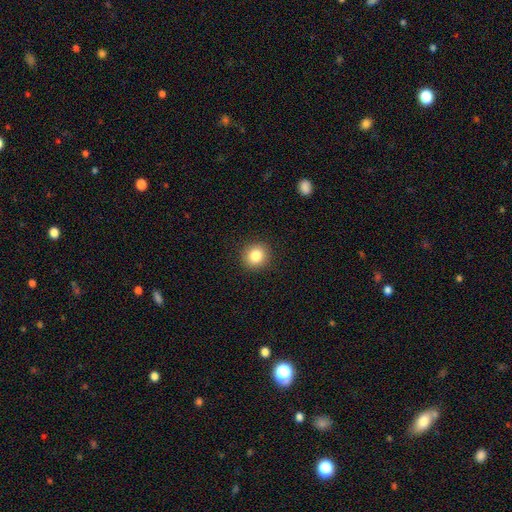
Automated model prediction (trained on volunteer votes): Smooth or featured: smooth — 83% (star or artifact — 10%)
How rounded: round — 89% (in between — 10%)
Merging: none — 92% (minor disturbance — 5%)